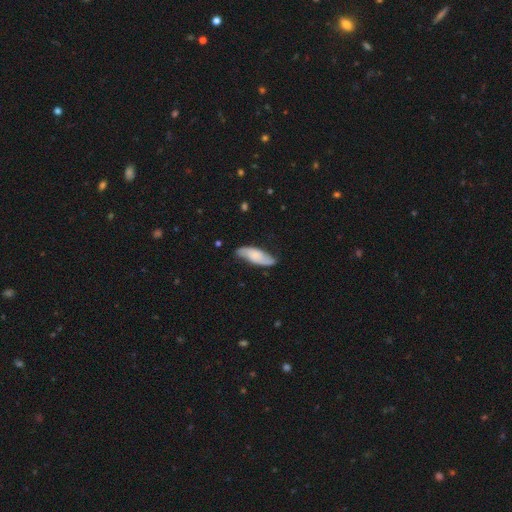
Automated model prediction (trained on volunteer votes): The model was most divided on "smooth or featured": smooth: 55%, featured or disk: 39%, star or artifact: 6%. More confident: merging — none (71%); how rounded — in between (63%).